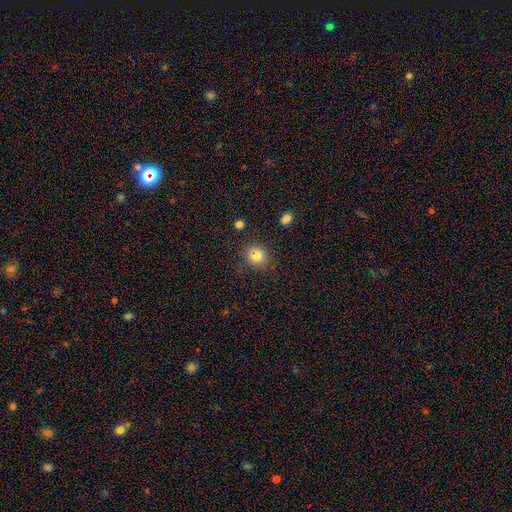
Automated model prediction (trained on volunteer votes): smooth-or-featured: smooth: 82% | star or artifact: 11% | featured or disk: 7%
  how-rounded: round: 80% | in between: 19% | cigar-shaped: 1%
  merging: none: 82% | minor disturbance: 12% | major disturbance: 3% | merger: 3%